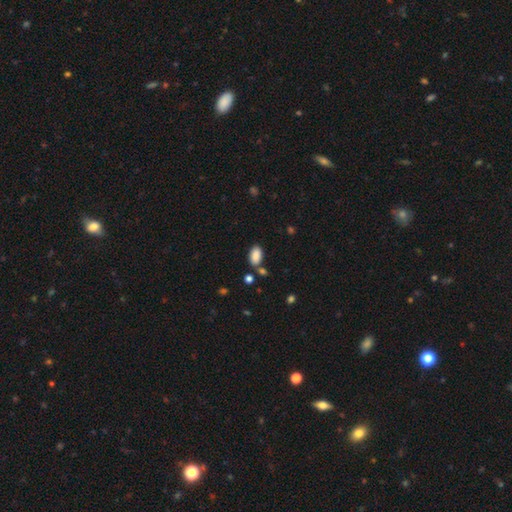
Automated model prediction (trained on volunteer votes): A smooth galaxy with no disk features (88%) that is in between round and cigar-shaped (94%). Merging: none (73%).